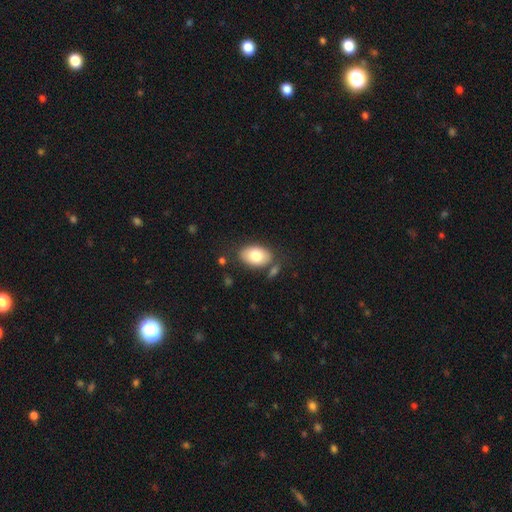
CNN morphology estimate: type=smooth (79%); roundness=in between (89%); merging=none (75%).